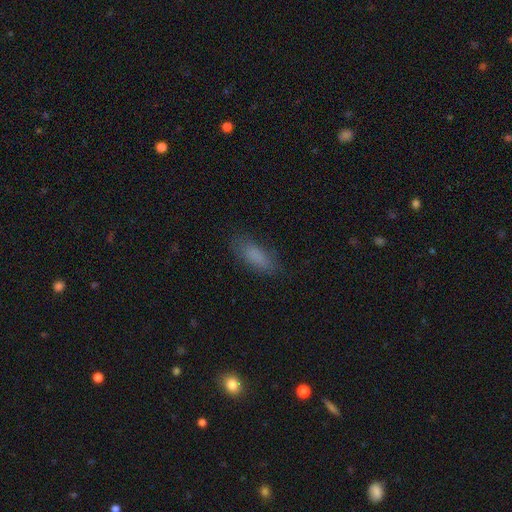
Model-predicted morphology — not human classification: Smooth or featured? Predicted: smooth (p=0.82). How rounded? Predicted: in between (p=0.73). Merging? Predicted: none (p=0.79).